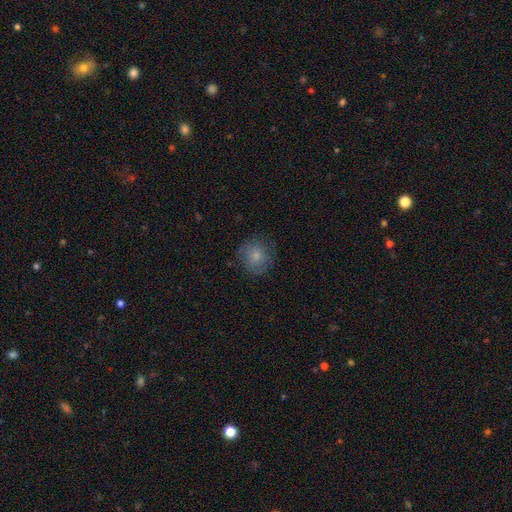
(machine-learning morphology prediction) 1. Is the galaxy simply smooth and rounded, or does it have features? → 80% smooth, 12% featured or disk, 8% star or artifact.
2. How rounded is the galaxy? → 90% round, 9% in between, 1% cigar-shaped.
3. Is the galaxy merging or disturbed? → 78% none, 16% minor disturbance, 5% major disturbance, 1% merger.